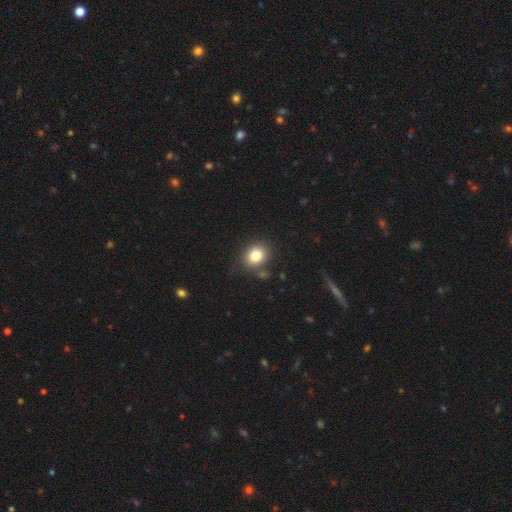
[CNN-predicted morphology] A smooth galaxy with no disk features (82%) that is round (58%). Merging: none (77%).